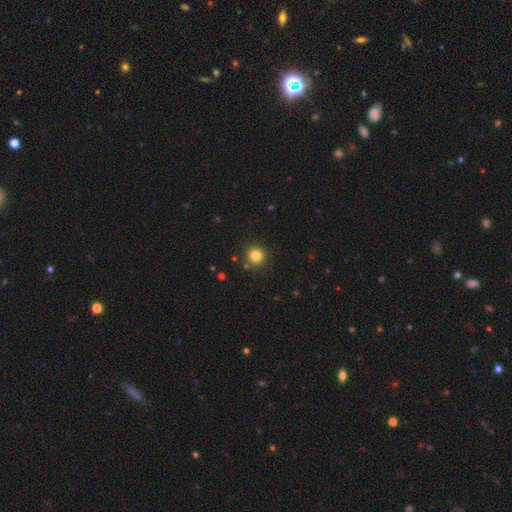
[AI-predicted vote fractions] Q: Smooth or featured?
A: smooth (82%); runner-up: star or artifact (12%)
Q: How rounded?
A: round (95%); runner-up: in between (5%)
Q: Merging?
A: none (89%); runner-up: minor disturbance (6%)